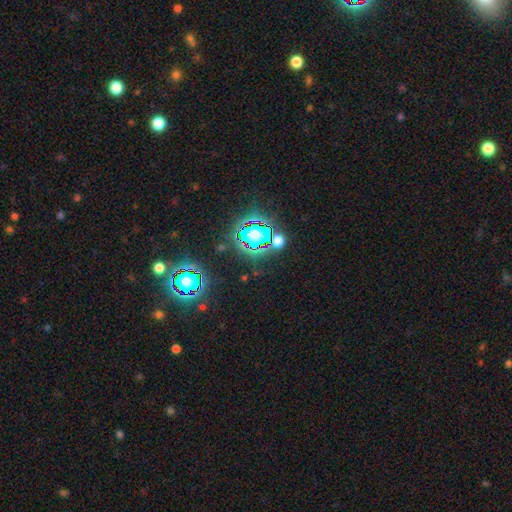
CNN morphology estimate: This appears to be a star or artifact, not a galaxy (78%).